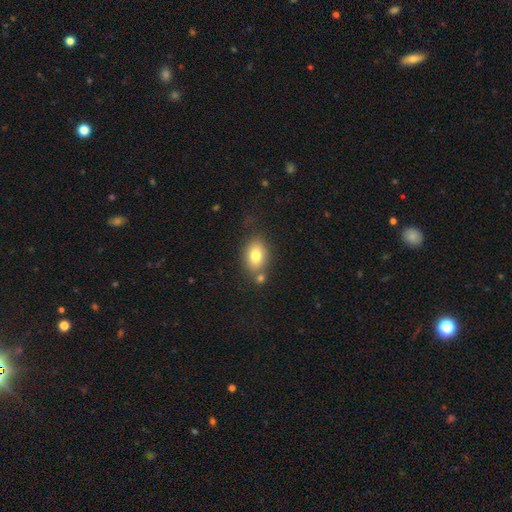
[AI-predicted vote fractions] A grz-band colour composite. It shows a smooth galaxy with no disk features (78%) that is in between round and cigar-shaped (76%). Merging: none (66%).